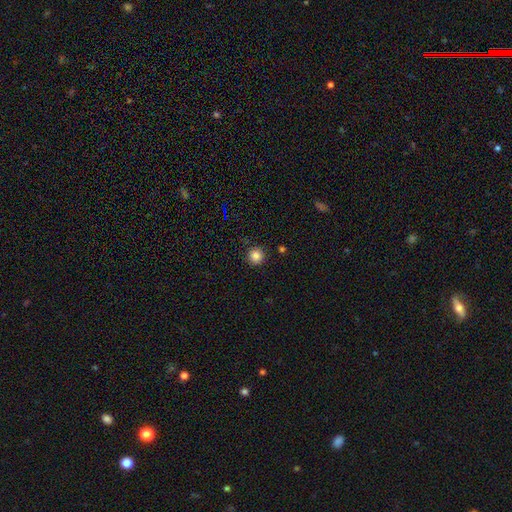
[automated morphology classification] Overall: smooth (84%). How rounded: round (95%). Merging: none (90%).